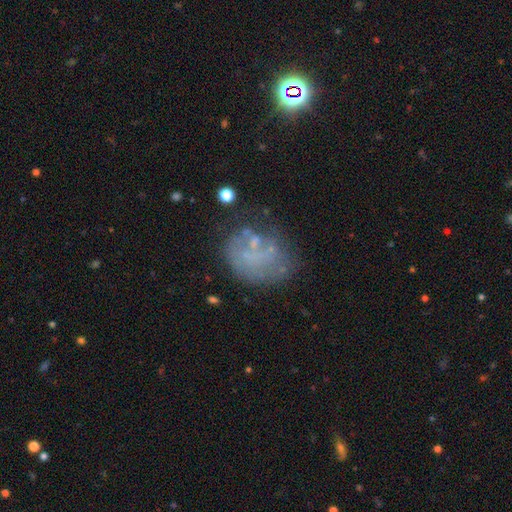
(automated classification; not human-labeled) smooth-or-featured: featured or disk: 49% | smooth: 32% | star or artifact: 19%
  merging: none: 53% | minor disturbance: 21% | major disturbance: 19% | merger: 6%